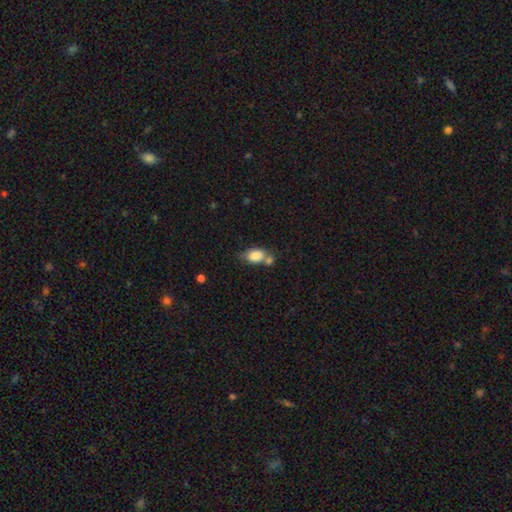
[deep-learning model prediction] Smooth or featured?
  - smooth: 83% *
  - featured or disk: 9%
  - star or artifact: 8%
How rounded?
  - in between: 84% *
  - round: 13%
  - cigar-shaped: 3%
Merging?
  - none: 40% *
  - merger: 36%
  - minor disturbance: 18%
  - major disturbance: 6%